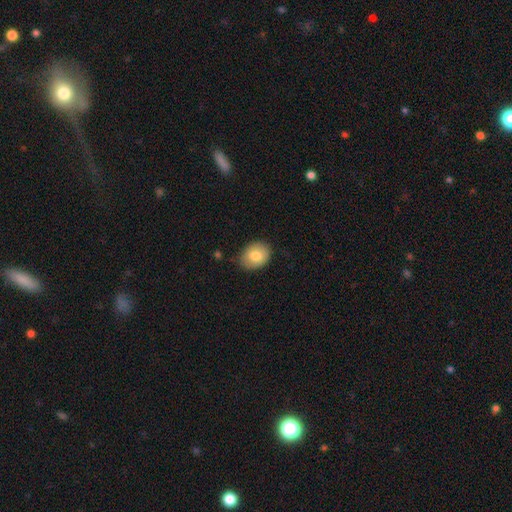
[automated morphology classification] Overall: smooth (79%). How rounded: in between (62%; round 37%). Merging: none (80%).